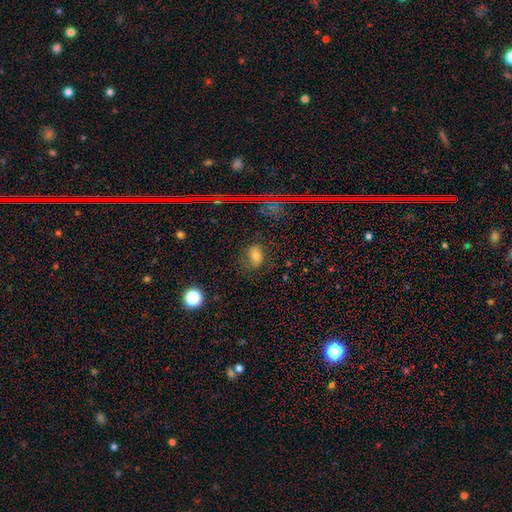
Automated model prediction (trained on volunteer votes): Q: Smooth or featured?
A: smooth (59%); runner-up: featured or disk (21%)
Q: How rounded?
A: in between (72%); runner-up: round (25%)
Q: Merging?
A: none (70%); runner-up: minor disturbance (19%)